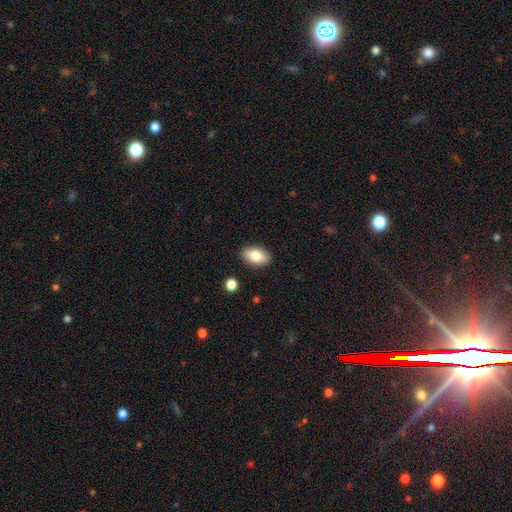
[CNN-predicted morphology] Overall: smooth (82%). How rounded: in between (89%). Merging: none (88%).